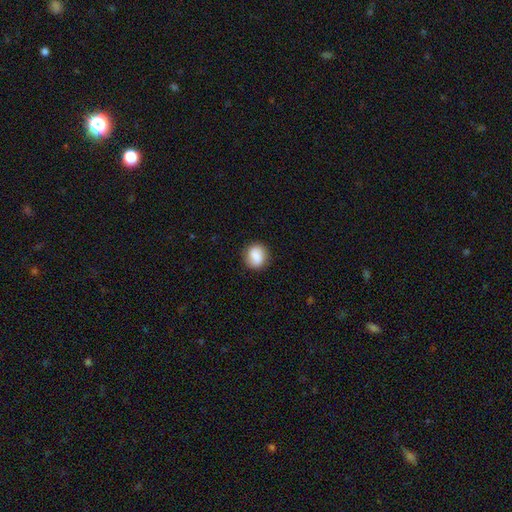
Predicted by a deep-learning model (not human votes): Overall: smooth (82%). How rounded: round (73%). Merging: none (84%).